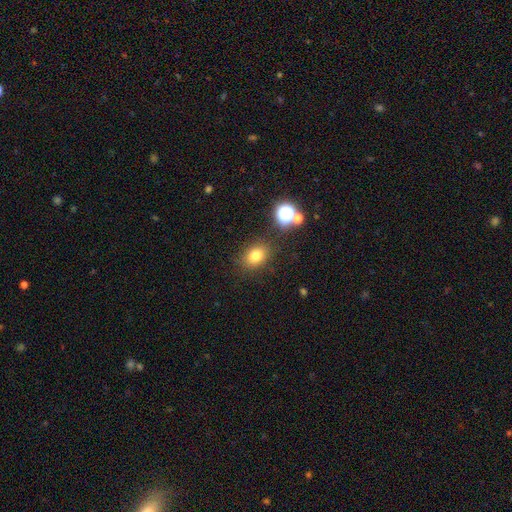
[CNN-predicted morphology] A smooth galaxy with no disk features (76%) that is in between round and cigar-shaped (57%). Merging: none (82%).